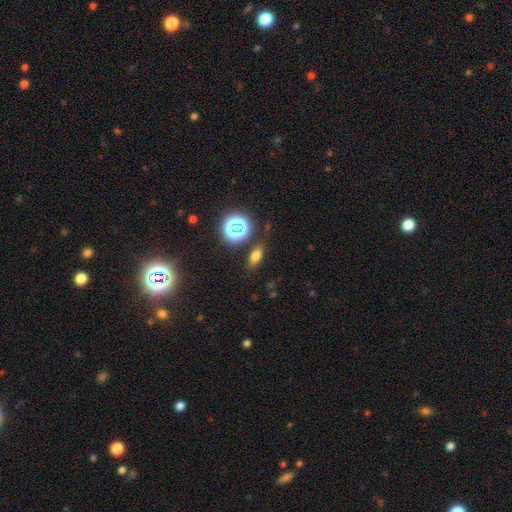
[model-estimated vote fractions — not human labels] Smooth or featured? smooth (66%)
How rounded? in between (71%)
Merging? none (82%)